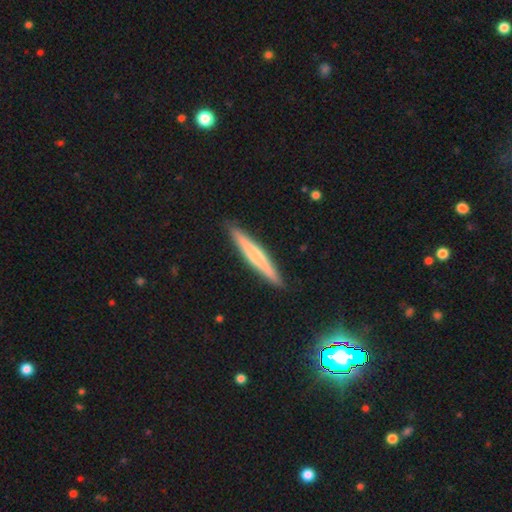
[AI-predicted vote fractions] Q: Smooth or featured?
A: smooth (47%); tied with: featured or disk (47%)
Q: Merging?
A: none (91%); runner-up: minor disturbance (6%)